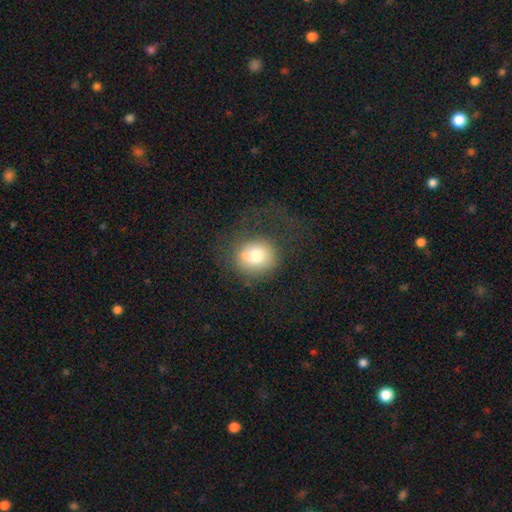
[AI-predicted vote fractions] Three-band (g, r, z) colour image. It shows a smooth galaxy with no disk features (71%) that is round (79%). Merging: none (54%).